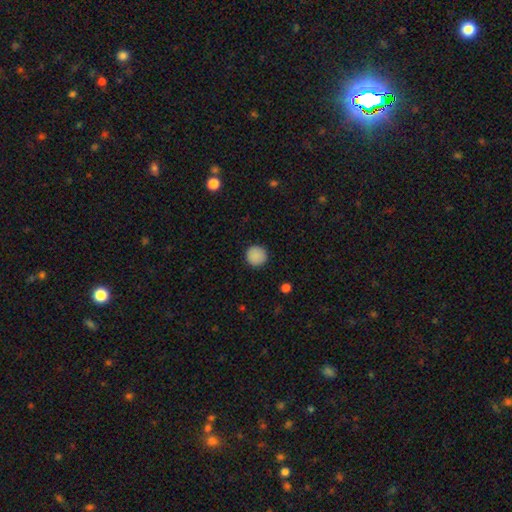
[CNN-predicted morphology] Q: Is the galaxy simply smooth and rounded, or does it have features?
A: smooth — 89%.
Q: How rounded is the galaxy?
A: round — 95%.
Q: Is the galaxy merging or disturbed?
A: none — 92%.